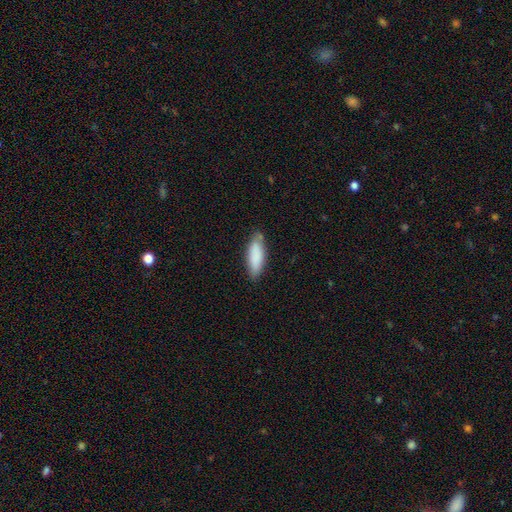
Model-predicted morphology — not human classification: Smooth or featured? Predicted: smooth (p=0.86). How rounded? Predicted: in between (p=0.63). Merging? Predicted: none (p=0.76).